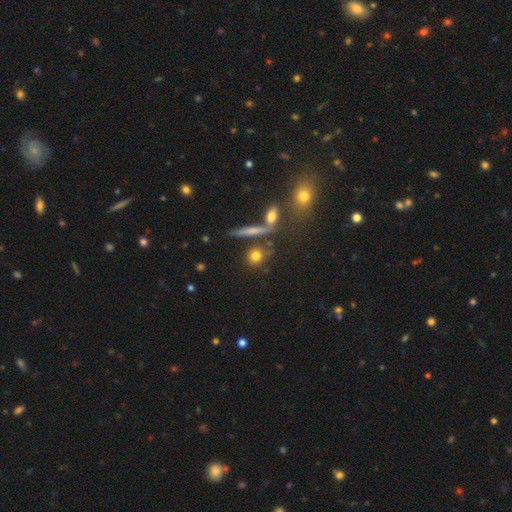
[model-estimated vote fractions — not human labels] Q: Smooth or featured?
A: smooth (76%); runner-up: featured or disk (12%)
Q: How rounded?
A: round (74%); runner-up: in between (15%)
Q: Merging?
A: none (71%); runner-up: merger (14%)